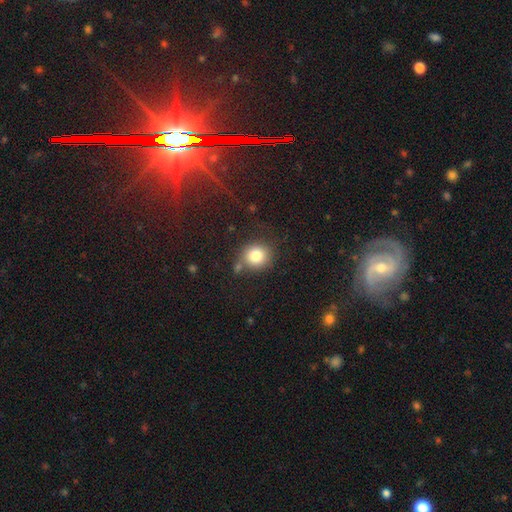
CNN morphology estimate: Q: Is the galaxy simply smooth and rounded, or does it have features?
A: smooth — 82%.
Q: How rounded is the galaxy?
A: round — 84%.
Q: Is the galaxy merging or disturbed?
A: none — 69%.